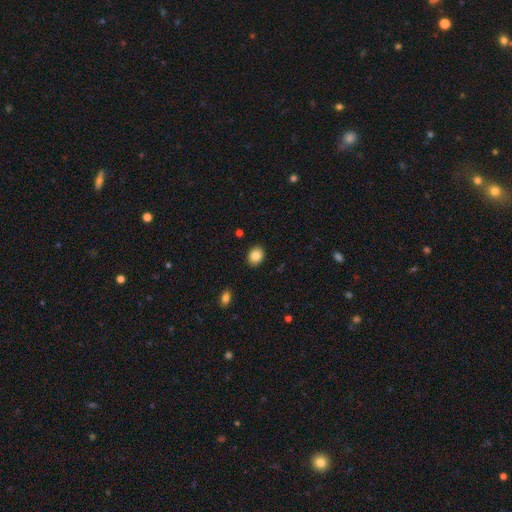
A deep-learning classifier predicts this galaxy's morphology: type=smooth (86%); roundness=round (50%); merging=none (90%).